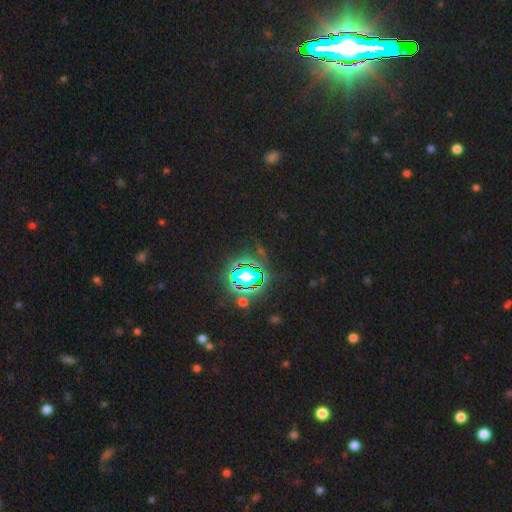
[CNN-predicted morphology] Smooth or featured?
  - star or artifact: 80% *
  - smooth: 13%
  - featured or disk: 7%